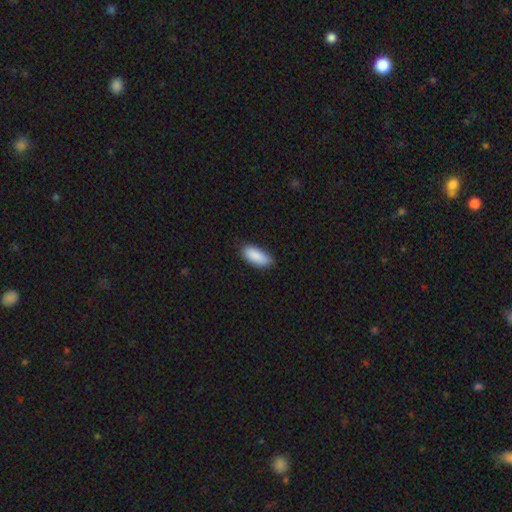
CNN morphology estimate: Smooth or featured? Predicted: smooth (p=0.90). How rounded? Predicted: in between (p=0.87). Merging? Predicted: none (p=0.80).